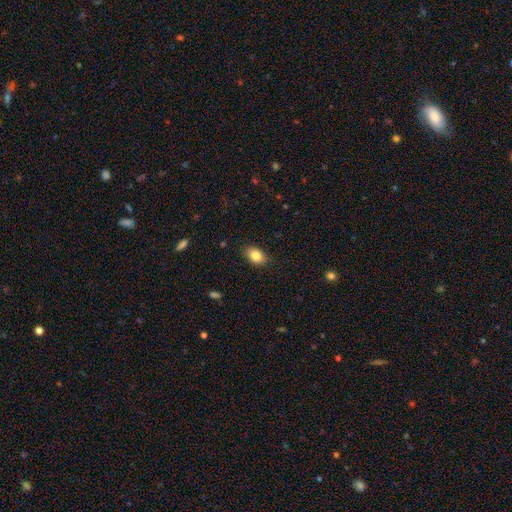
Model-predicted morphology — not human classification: Smooth or featured? Predicted: smooth (p=0.84). How rounded? Predicted: in between (p=0.84). Merging? Predicted: none (p=0.87).